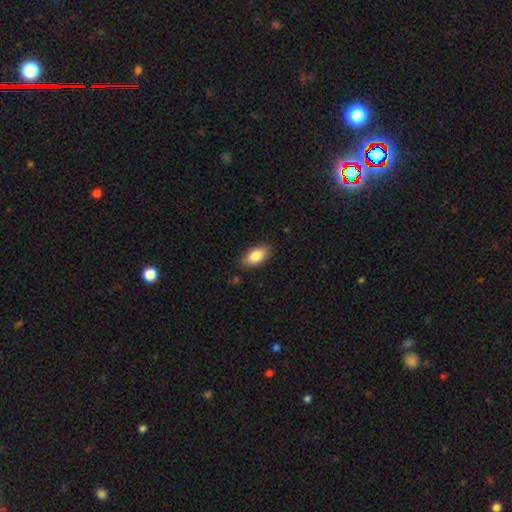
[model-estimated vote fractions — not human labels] Morphology: type=smooth (84%); roundness=in between (93%); merging=none (85%).